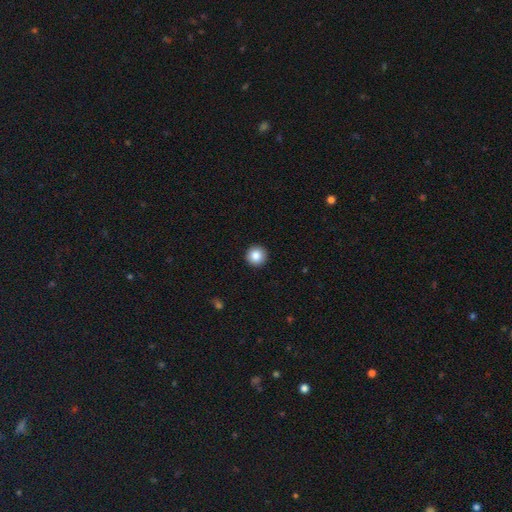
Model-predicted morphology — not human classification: Overall: smooth (86%). How rounded: round (96%). Merging: none (93%).